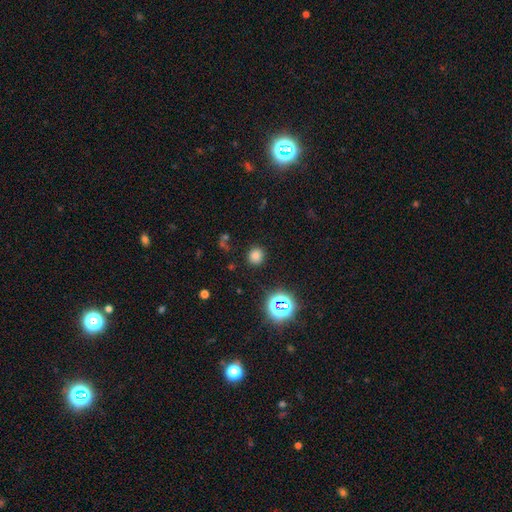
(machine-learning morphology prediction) A smooth galaxy with no disk features (73%) that is round (89%).

Vote fractions:
- Smooth or featured? smooth: 73% / star or artifact: 21% / featured or disk: 6%
- How rounded? round: 89% / in between: 10% / cigar-shaped: 1%
- Merging? none: 87% / minor disturbance: 7% / major disturbance: 3% / merger: 2%